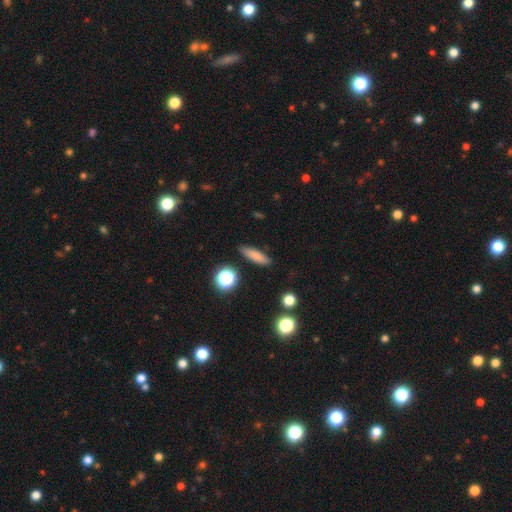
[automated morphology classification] smooth-or-featured: smooth: 78% | featured or disk: 11% | star or artifact: 10%
  how-rounded: cigar-shaped: 64% | in between: 31% | round: 5%
  merging: none: 87% | minor disturbance: 9% | major disturbance: 2% | merger: 2%